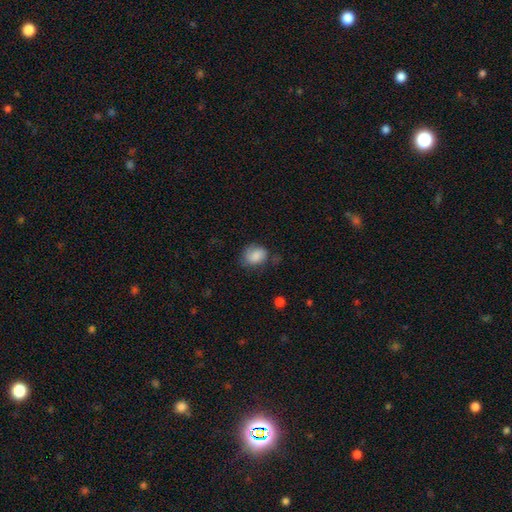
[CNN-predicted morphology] Smooth or featured? smooth (80%)
How rounded? in between (56%)
Merging? none (55%)